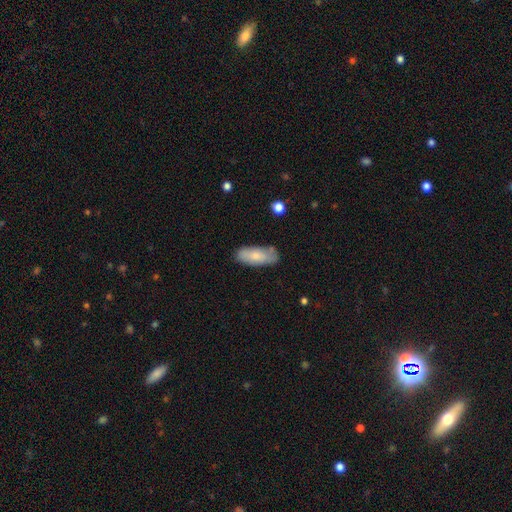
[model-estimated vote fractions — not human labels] Q: Smooth or featured?
A: smooth (75%); runner-up: featured or disk (19%)
Q: How rounded?
A: in between (81%); runner-up: cigar-shaped (17%)
Q: Merging?
A: none (74%); runner-up: minor disturbance (19%)